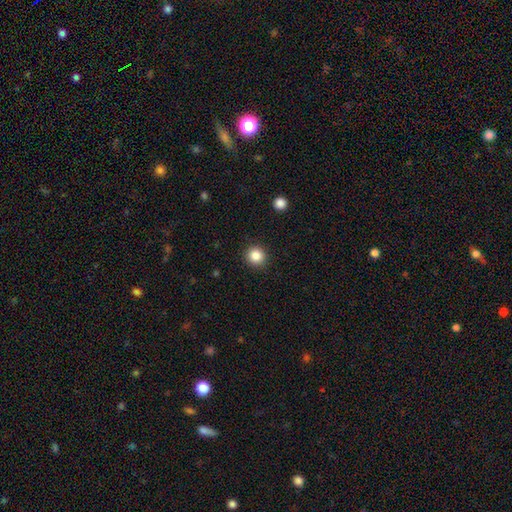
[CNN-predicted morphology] Smooth or featured? smooth (85%)
How rounded? round (92%)
Merging? none (91%)